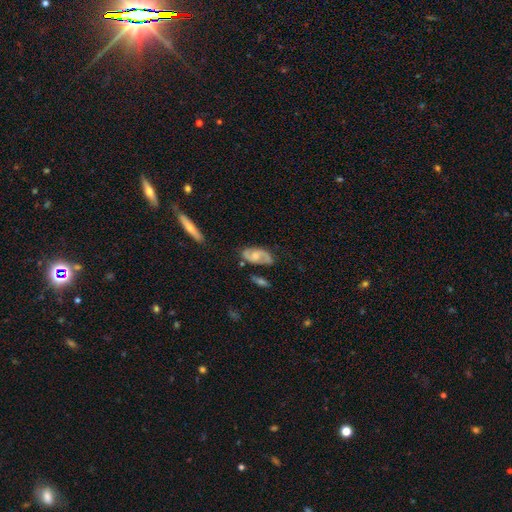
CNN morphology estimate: featured or disk 76%, smooth 18%, star or artifact 6%. Down the decision tree: edge-on disk — no (95%); bar — no (57%); spiral arms — yes (92%); spiral arm count — 2 (88%); spiral winding — medium (52%); bulge size — moderate (48%); merging — none (72%).